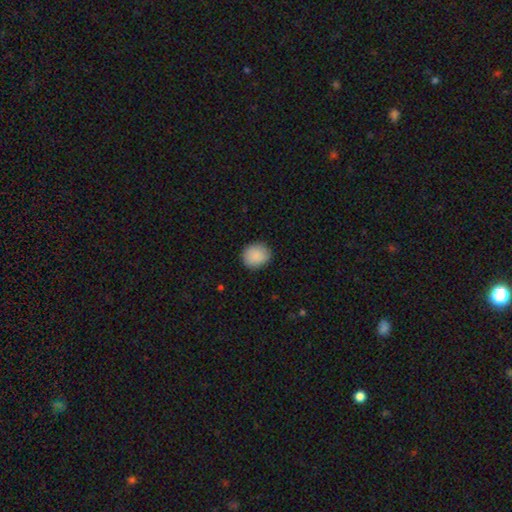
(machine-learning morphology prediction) smooth 89%, star or artifact 7%, featured or disk 4%. Down the decision tree: how rounded — round (82%); merging — none (87%).